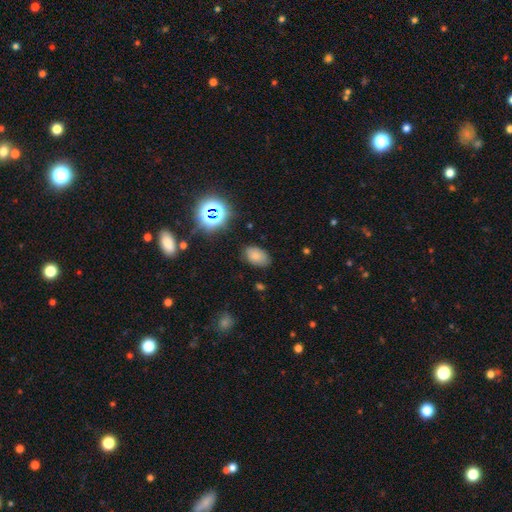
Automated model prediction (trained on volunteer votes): The model was most divided on "smooth or featured": smooth: 75%, star or artifact: 17%, featured or disk: 8%. More confident: how rounded — in between (88%); merging — none (80%).